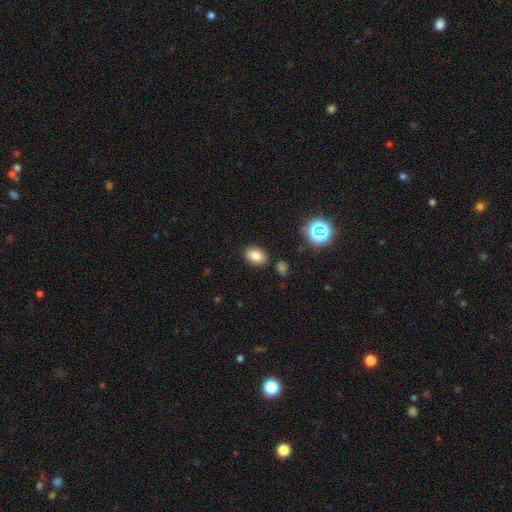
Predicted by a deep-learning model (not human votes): This appears to be a smooth galaxy with no disk features (79%) that is in between round and cigar-shaped (75%). Merging: none (85%).